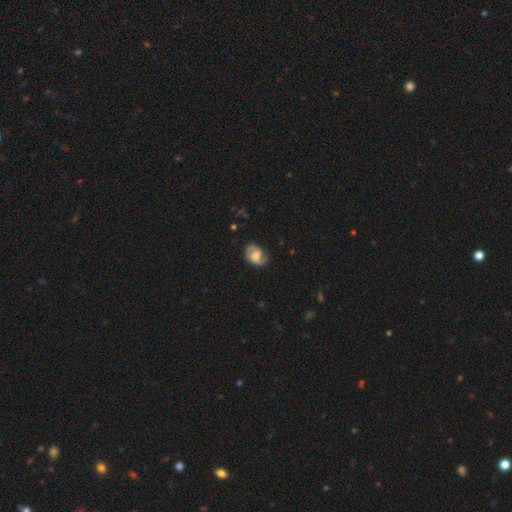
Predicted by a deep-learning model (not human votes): This is likely a featured or disk galaxy (66%). It is clearly not viewed edge-on (97%). Bar: possibly weak (49%). Spiral arm pattern: clearly yes (88%). Spiral arm count: clearly 2 (83%). Spiral winding: possibly medium (47%). Central bulge: possibly moderate (48%). Merging: likely none (72%).